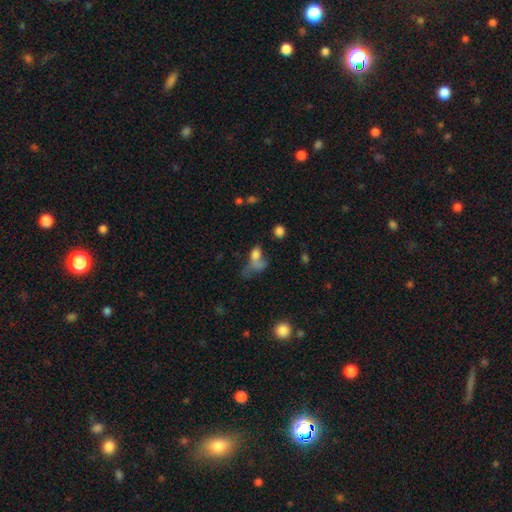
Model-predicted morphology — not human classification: type=smooth (65%); roundness=in between (71%); merging=major disturbance (32%).